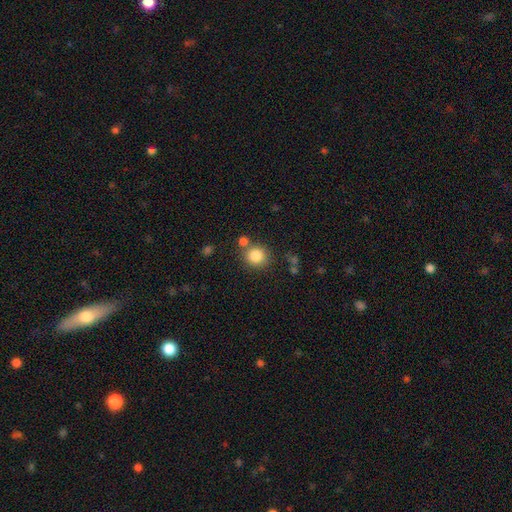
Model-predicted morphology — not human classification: This appears to be a smooth galaxy with no disk features (84%) that is round (90%). Merging: none (73%).